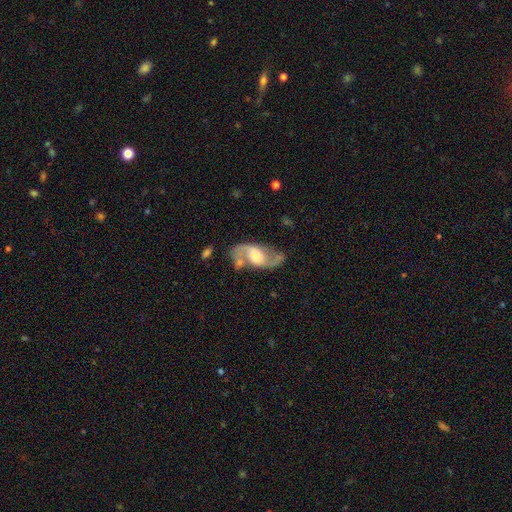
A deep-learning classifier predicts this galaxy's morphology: This appears to be a featured or disk galaxy (84%) with a weak bar (45%), 2 (92%) loose (57%) spiral arms (93%) and a moderate central bulge (46%). Merging: none (64%).